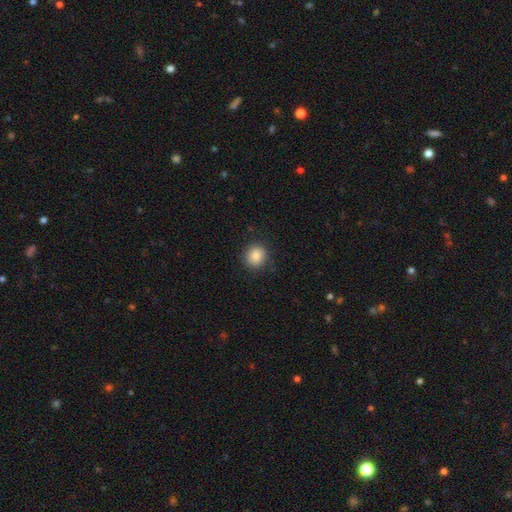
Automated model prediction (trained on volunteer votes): smooth-or-featured: smooth: 86% | star or artifact: 9% | featured or disk: 5%
  how-rounded: round: 80% | in between: 19% | cigar-shaped: 1%
  merging: none: 85% | minor disturbance: 10% | major disturbance: 3% | merger: 1%